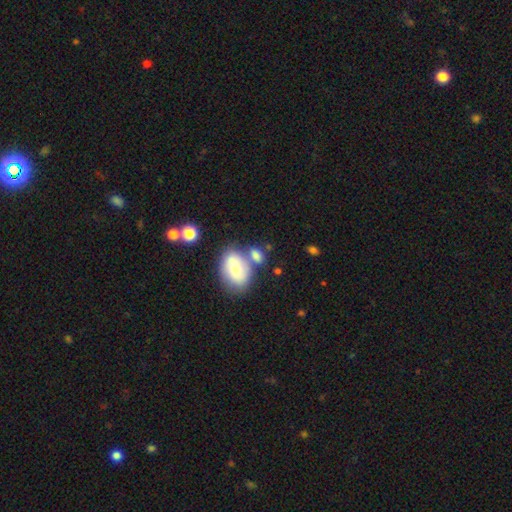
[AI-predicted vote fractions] smooth_or_featured: smooth (p=0.69) [alt: featured or disk p=0.21]
how_rounded: in between (p=0.73) [alt: round p=0.24]
merging: none (p=0.44) [alt: merger p=0.34]